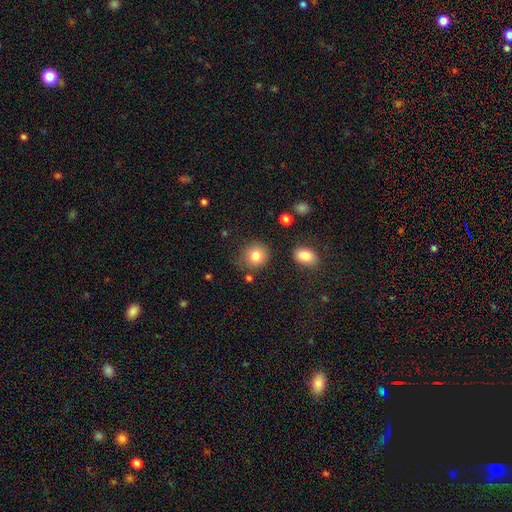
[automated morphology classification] smooth 83%, star or artifact 10%, featured or disk 7%. Down the decision tree: how rounded — round (84%); merging — none (78%).